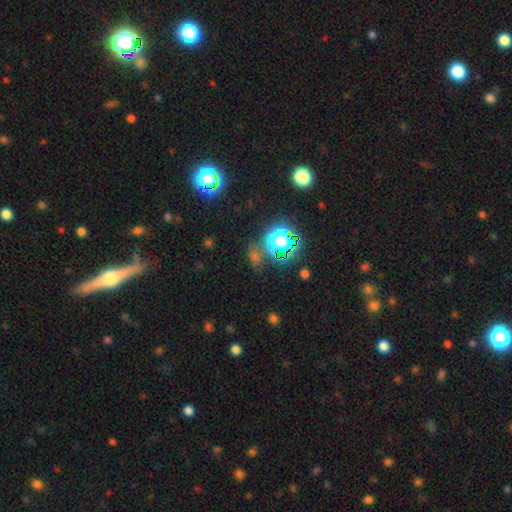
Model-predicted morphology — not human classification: Smooth or featured?
  - star or artifact: 56% *
  - smooth: 35%
  - featured or disk: 9%